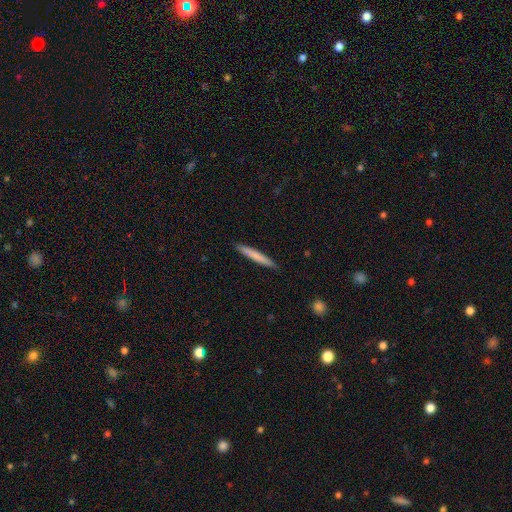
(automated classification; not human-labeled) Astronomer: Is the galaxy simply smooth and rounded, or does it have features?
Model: smooth — 73%.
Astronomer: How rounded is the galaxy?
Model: cigar-shaped — 96%.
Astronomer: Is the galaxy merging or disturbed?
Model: none — 91%.